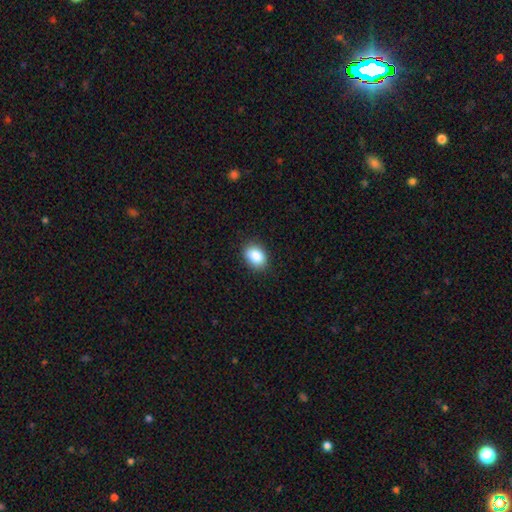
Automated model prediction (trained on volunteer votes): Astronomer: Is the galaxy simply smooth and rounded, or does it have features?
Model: smooth — 86%.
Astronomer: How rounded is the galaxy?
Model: in between — 67%.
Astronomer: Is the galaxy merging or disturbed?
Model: none — 86%.